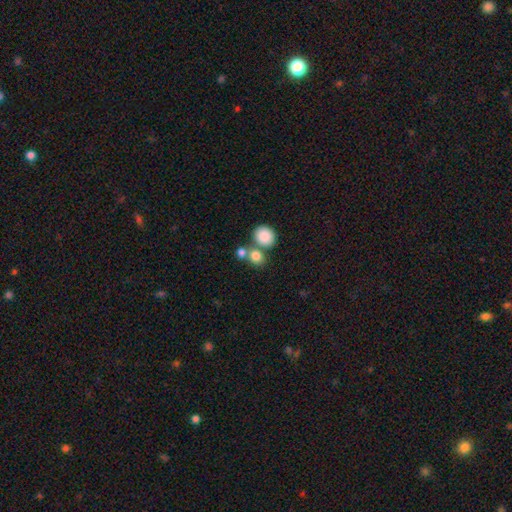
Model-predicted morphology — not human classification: Smooth or featured?
  - smooth: 82% *
  - star or artifact: 10%
  - featured or disk: 8%
How rounded?
  - round: 73% *
  - in between: 25%
  - cigar-shaped: 1%
Merging?
  - none: 50% *
  - merger: 38%
  - minor disturbance: 8%
  - major disturbance: 4%